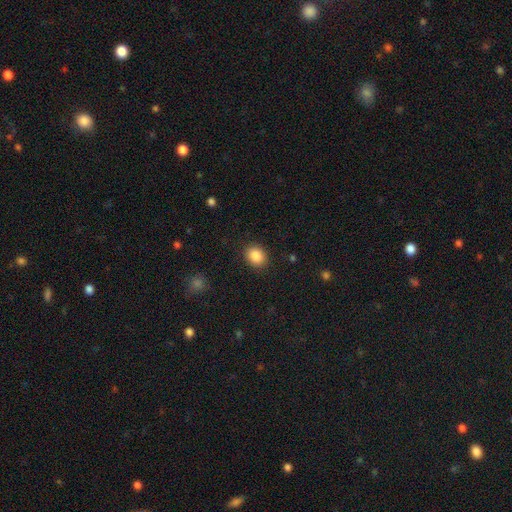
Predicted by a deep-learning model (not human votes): Overall: smooth (87%). How rounded: round (56%; in between 43%). Merging: none (89%).